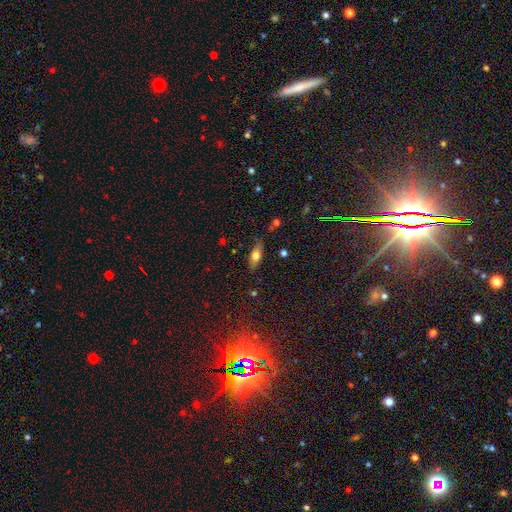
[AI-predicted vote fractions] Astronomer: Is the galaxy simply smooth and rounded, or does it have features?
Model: smooth — 62%.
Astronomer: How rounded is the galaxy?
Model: in between — 70%.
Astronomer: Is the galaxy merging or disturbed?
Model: none — 77%.